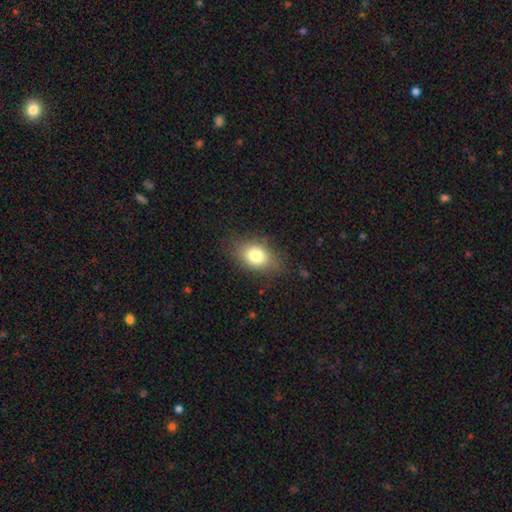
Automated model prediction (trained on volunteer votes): Overall: smooth (79%). How rounded: in between (77%). Merging: none (79%).